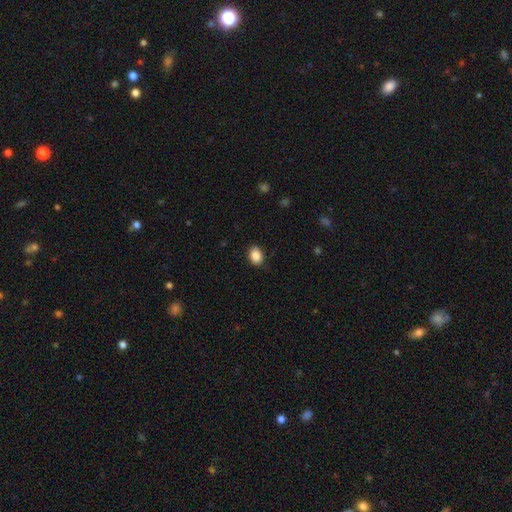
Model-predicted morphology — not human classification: smooth_or_featured: smooth (p=0.89) [alt: star or artifact p=0.08]
how_rounded: in between (p=0.75) [alt: round p=0.24]
merging: none (p=0.86) [alt: minor disturbance p=0.11]